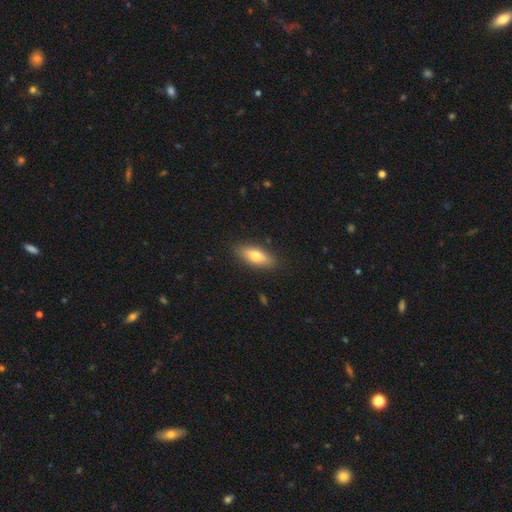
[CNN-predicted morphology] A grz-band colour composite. It shows a smooth galaxy with no disk features (71%) that is in between round and cigar-shaped (70%). Merging: none (87%).